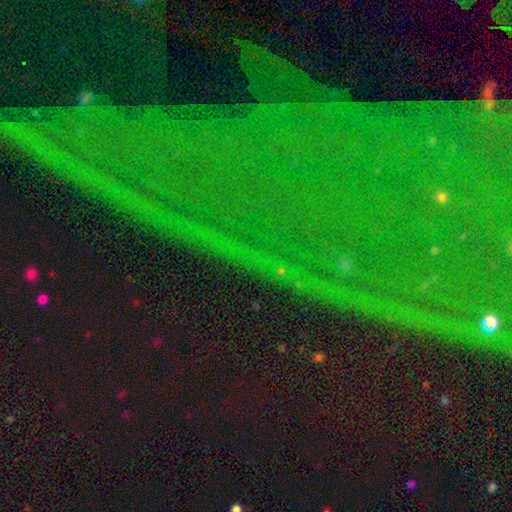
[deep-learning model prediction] Smooth or featured: star or artifact — 85% (featured or disk — 8%)